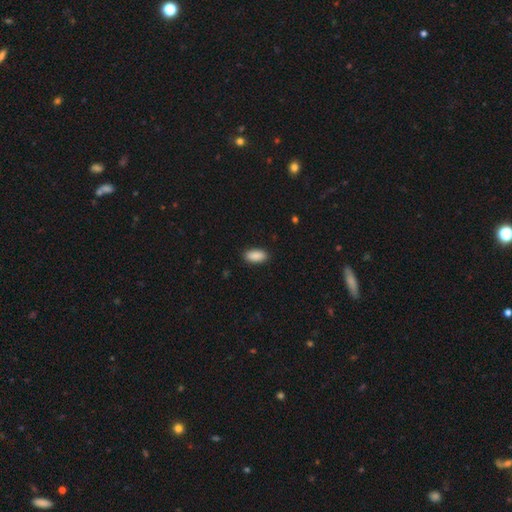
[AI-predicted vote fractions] Smooth or featured? Predicted: smooth (p=0.90). How rounded? Predicted: in between (p=0.92). Merging? Predicted: none (p=0.90).